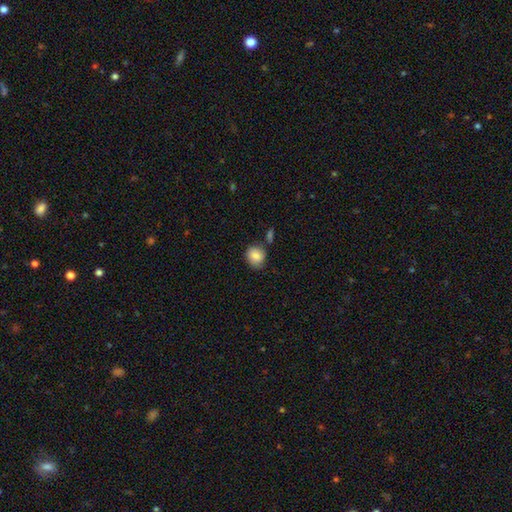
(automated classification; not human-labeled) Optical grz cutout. It shows a smooth galaxy with no disk features (85%) that is round (72%). Merging: none (72%).